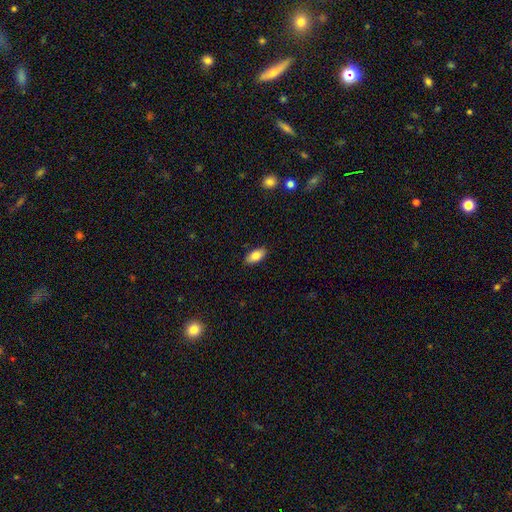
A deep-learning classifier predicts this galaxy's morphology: A smooth galaxy with no disk features (82%) that is in between round and cigar-shaped (91%).

Vote fractions:
- Smooth or featured? smooth: 82% / featured or disk: 11% / star or artifact: 7%
- How rounded? in between: 91% / cigar-shaped: 6% / round: 3%
- Merging? none: 88% / minor disturbance: 9% / major disturbance: 2% / merger: 1%